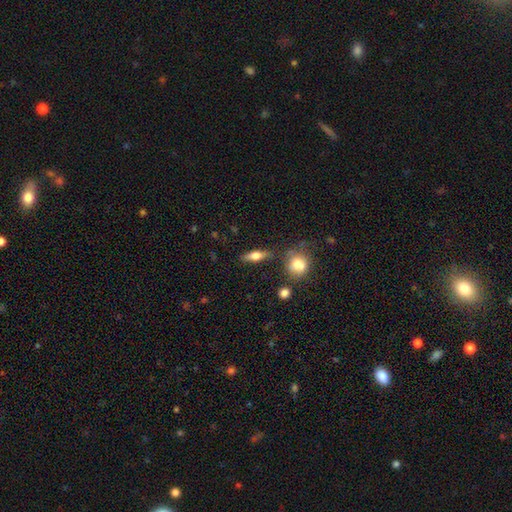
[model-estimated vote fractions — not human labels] smooth_or_featured: smooth (p=0.56) [alt: featured or disk p=0.36]
how_rounded: in between (p=0.54) [alt: cigar-shaped p=0.40]
merging: none (p=0.80) [alt: minor disturbance p=0.11]